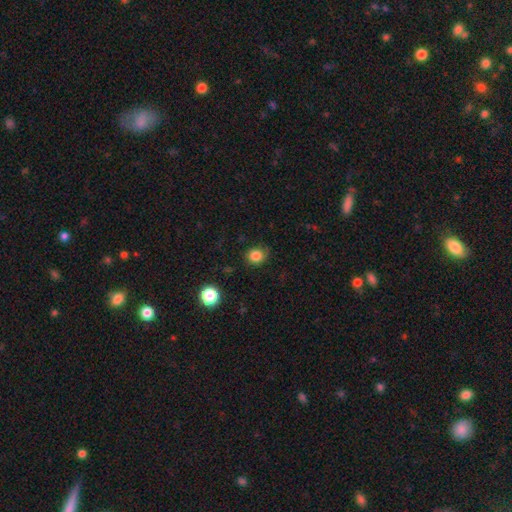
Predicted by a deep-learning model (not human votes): Smooth or featured?
  - smooth: 83% *
  - star or artifact: 12%
  - featured or disk: 4%
How rounded?
  - round: 83% *
  - in between: 16%
  - cigar-shaped: 1%
Merging?
  - none: 81% *
  - minor disturbance: 14%
  - major disturbance: 3%
  - merger: 1%